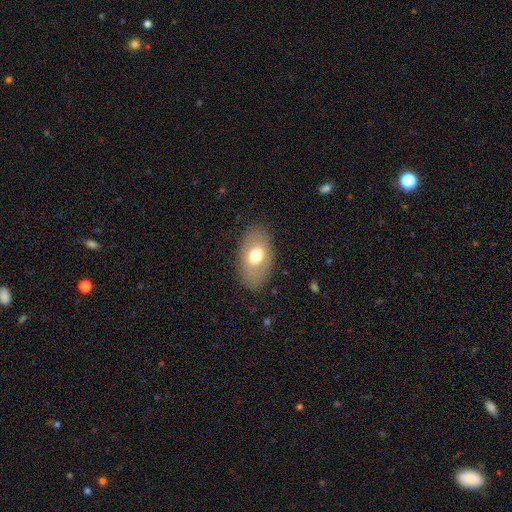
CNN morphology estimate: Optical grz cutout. It shows a smooth galaxy with no disk features (66%) that is in between round and cigar-shaped (89%). Merging: none (83%).